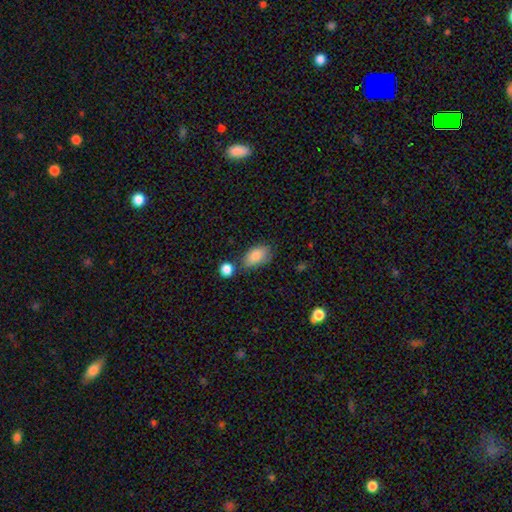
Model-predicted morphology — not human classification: Smooth or featured? smooth (83%)
How rounded? in between (91%)
Merging? none (63%)